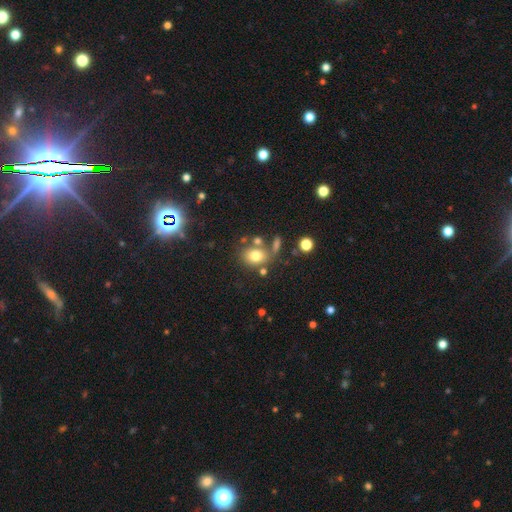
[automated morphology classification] This appears to be a smooth galaxy with no disk features (75%) that is in between round and cigar-shaped (57%). Merging: none (61%).